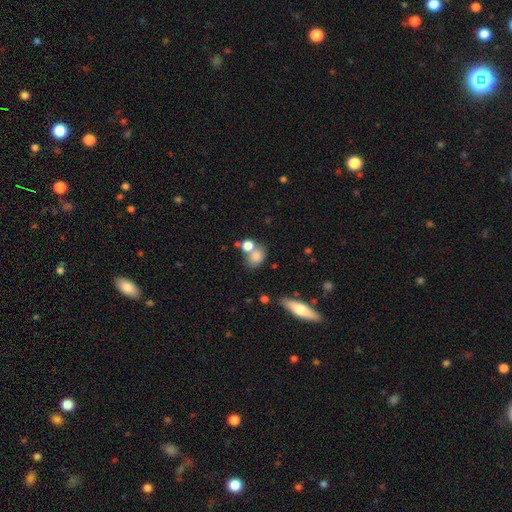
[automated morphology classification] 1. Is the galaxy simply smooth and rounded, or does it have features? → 79% smooth, 11% featured or disk, 10% star or artifact.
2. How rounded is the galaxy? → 53% in between, 45% round, 2% cigar-shaped.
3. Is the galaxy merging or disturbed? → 44% none, 36% merger, 13% minor disturbance, 7% major disturbance.